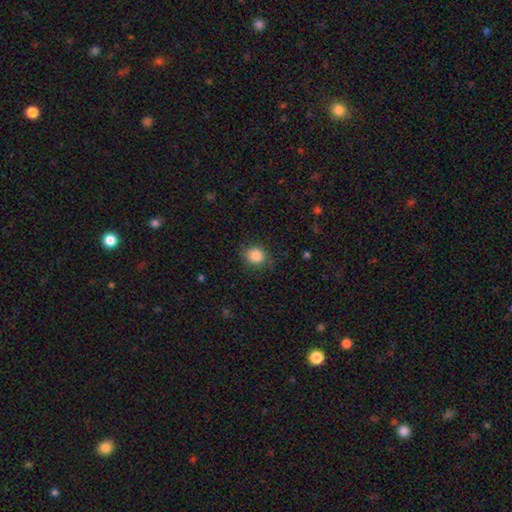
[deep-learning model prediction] Overall: smooth (86%). How rounded: round (78%). Merging: none (83%).